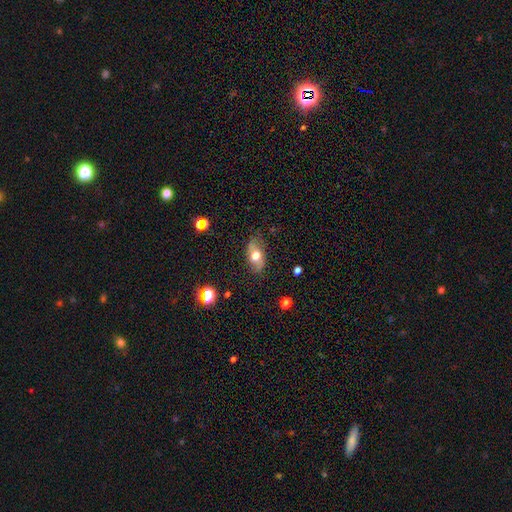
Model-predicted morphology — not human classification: This is possibly a smooth galaxy (52%). How rounded: clearly in between (85%). Merging: likely none (76%).